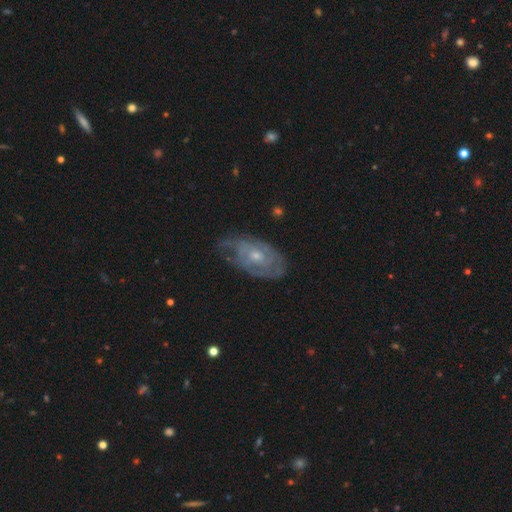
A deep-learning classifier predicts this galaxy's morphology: Smooth or featured: featured or disk — 75% (smooth — 19%)
Edge-on disk: no — 94% (yes — 6%)
Bar: no — 74% (weak — 23%)
Spiral arms: yes — 81% (no — 19%)
Spiral winding: tight — 60% (medium — 30%)
Spiral arm count: can't tell — 51% (2 — 26%)
Bulge size: small — 56% (moderate — 40%)
Merging: none — 59% (minor disturbance — 28%)